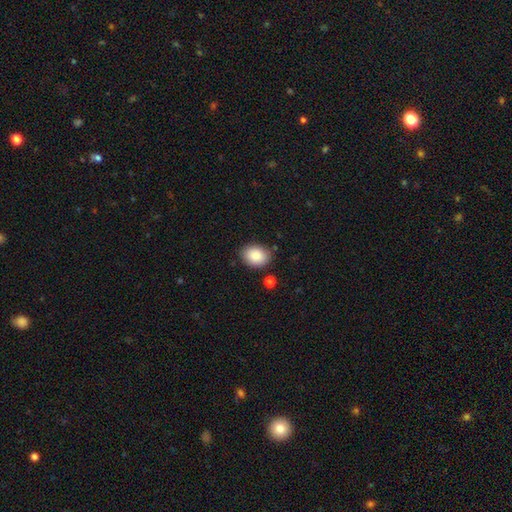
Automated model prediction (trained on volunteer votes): A smooth galaxy with no disk features (88%) that is in between round and cigar-shaped (72%). Merging: none (83%).